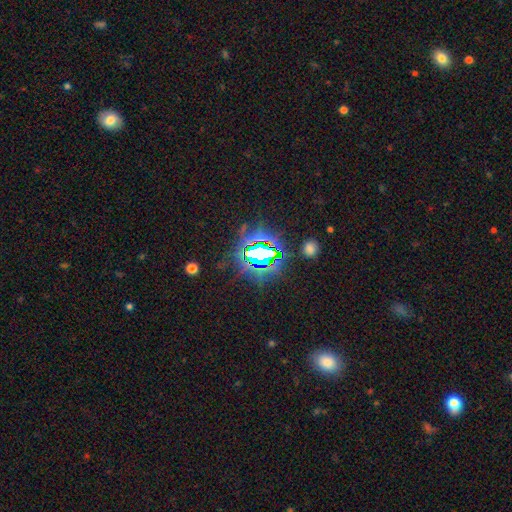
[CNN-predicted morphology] This is likely a star or artifact rather than a galaxy (79%).